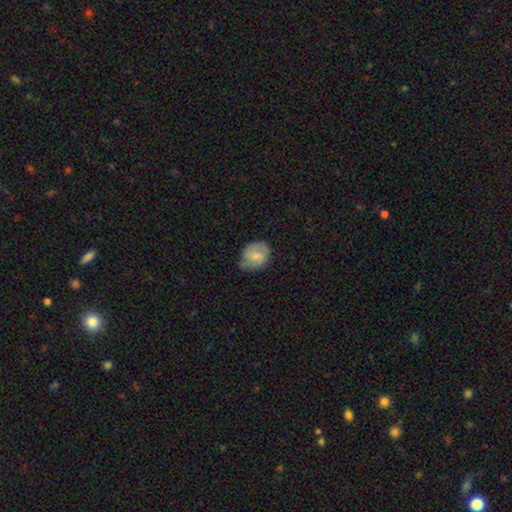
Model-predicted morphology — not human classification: Overall: smooth (47%; featured or disk 46%). Merging: none (65%; minor disturbance 27%).